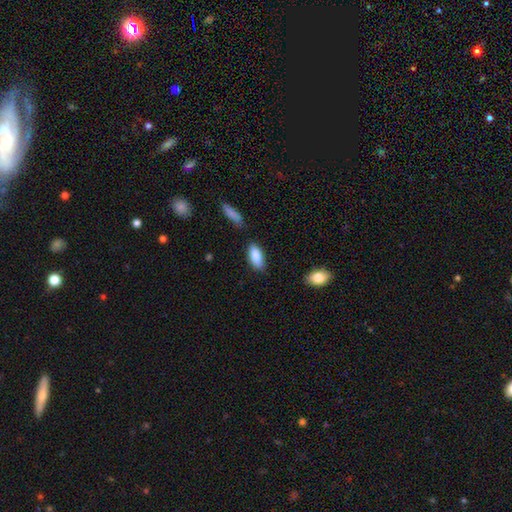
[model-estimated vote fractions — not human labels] Smooth or featured: smooth — 87% (featured or disk — 7%)
How rounded: in between — 86% (cigar-shaped — 12%)
Merging: none — 77% (minor disturbance — 16%)